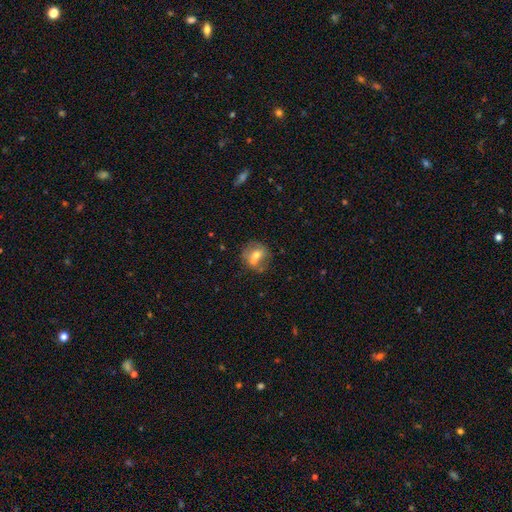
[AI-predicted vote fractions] The model was most divided on "smooth or featured": smooth: 53%, featured or disk: 36%, star or artifact: 12%. Remaining: how rounded — round (74%); merging — none (49%).